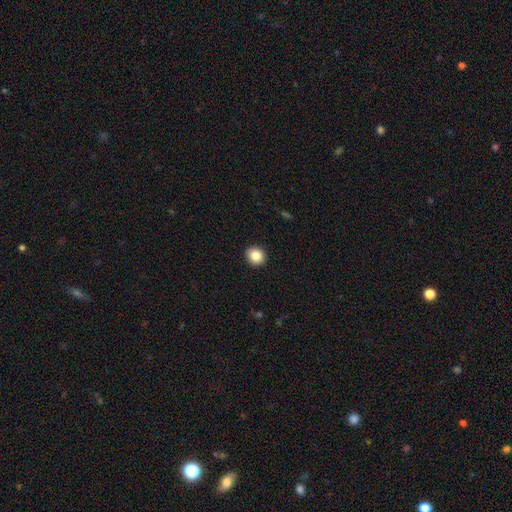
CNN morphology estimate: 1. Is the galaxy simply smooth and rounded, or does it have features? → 85% smooth, 9% star or artifact, 6% featured or disk.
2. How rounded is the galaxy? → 80% round, 19% in between, 1% cigar-shaped.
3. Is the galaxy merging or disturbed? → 92% none, 6% minor disturbance, 2% major disturbance, 1% merger.